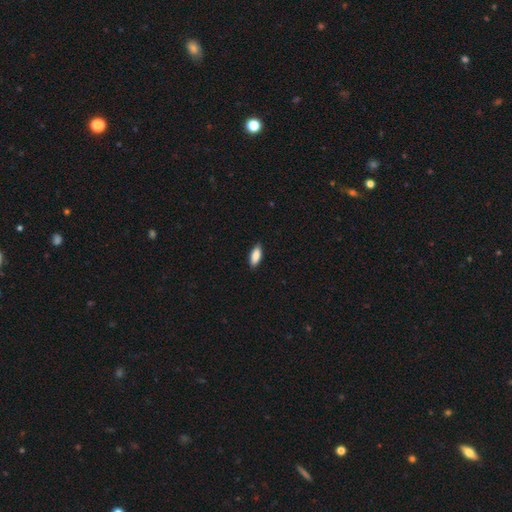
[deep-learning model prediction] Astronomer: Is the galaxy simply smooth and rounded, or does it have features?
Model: smooth — 89%.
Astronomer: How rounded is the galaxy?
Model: in between — 84%.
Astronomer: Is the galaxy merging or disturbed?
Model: none — 87%.